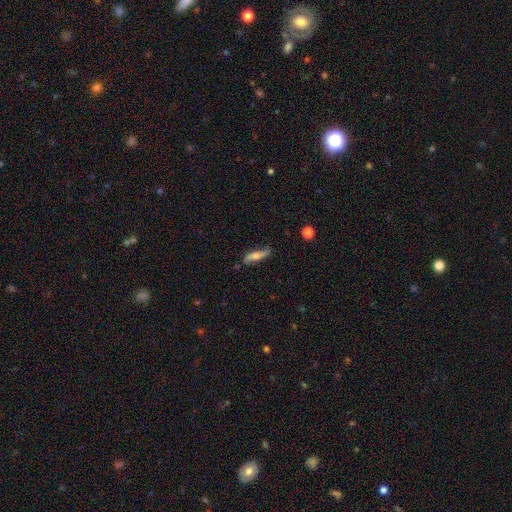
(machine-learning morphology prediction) Q: Smooth or featured?
A: smooth (51%); runner-up: featured or disk (42%)
Q: How rounded?
A: cigar-shaped (65%); runner-up: in between (32%)
Q: Merging?
A: none (69%); runner-up: minor disturbance (23%)